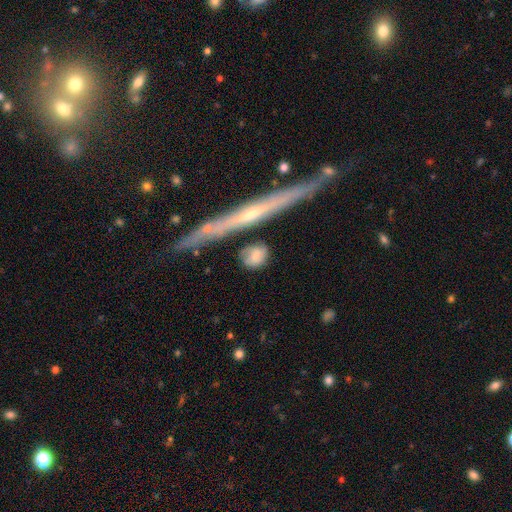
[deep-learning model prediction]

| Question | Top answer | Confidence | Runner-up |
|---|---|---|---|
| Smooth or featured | smooth | 70% | featured or disk (23%) |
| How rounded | round | 56% | in between (28%) |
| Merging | none | 73% | minor disturbance (17%) |